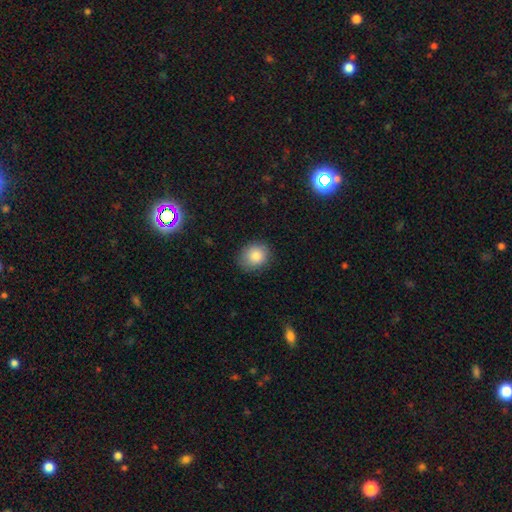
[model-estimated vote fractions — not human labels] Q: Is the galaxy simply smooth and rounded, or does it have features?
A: smooth — 84%.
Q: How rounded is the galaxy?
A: round — 73%.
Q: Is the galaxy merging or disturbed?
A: none — 85%.